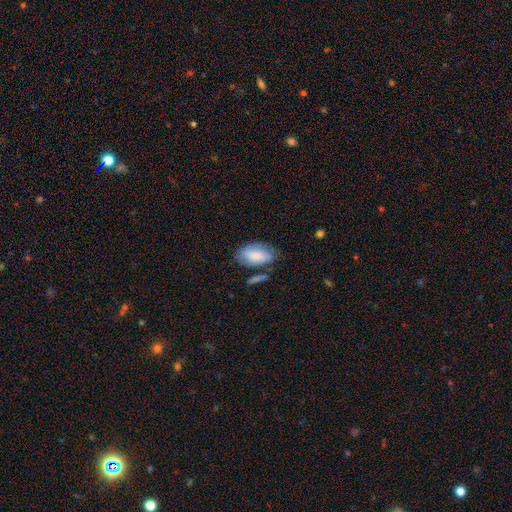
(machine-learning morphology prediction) Smooth or featured? Predicted: smooth (p=0.76). How rounded? Predicted: in between (p=0.93). Merging? Predicted: none (p=0.65).